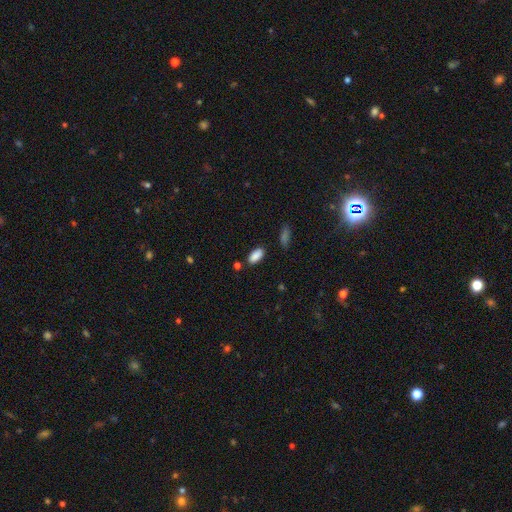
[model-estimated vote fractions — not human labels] Smooth or featured? Predicted: smooth (p=0.88). How rounded? Predicted: in between (p=0.89). Merging? Predicted: none (p=0.82).